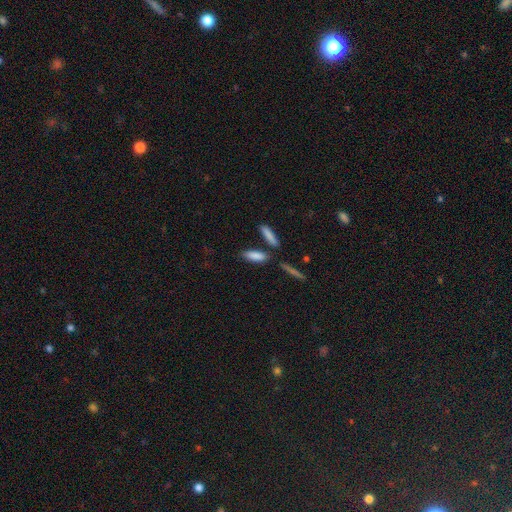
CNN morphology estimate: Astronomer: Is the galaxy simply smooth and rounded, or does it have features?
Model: smooth — 83%.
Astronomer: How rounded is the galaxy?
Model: cigar-shaped — 53% (runner-up: in between, 45%).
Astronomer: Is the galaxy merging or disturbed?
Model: none — 72%.